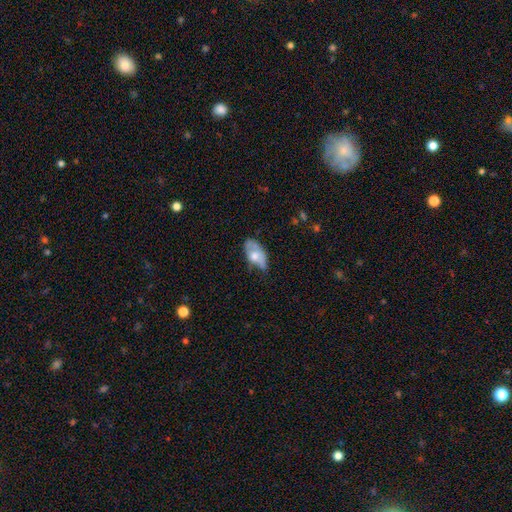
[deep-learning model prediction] Overall: smooth (58%; featured or disk 35%). How rounded: in between (92%). Merging: none (43%; minor disturbance 39%).